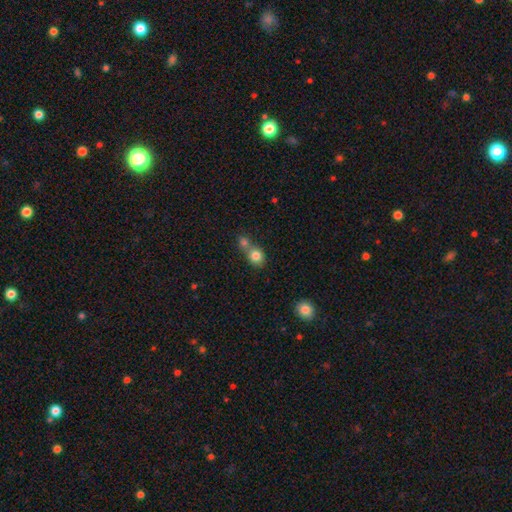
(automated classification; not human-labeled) Smooth or featured: smooth — 80% (star or artifact — 10%)
How rounded: round — 68% (in between — 30%)
Merging: merger — 55% (none — 35%)